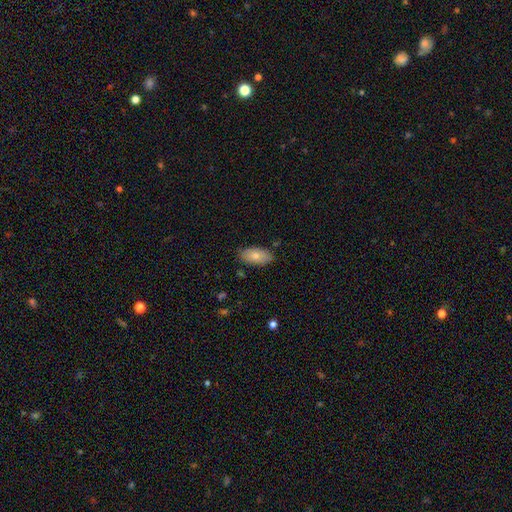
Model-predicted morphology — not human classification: Overall: smooth (77%). How rounded: in between (93%). Merging: none (82%).